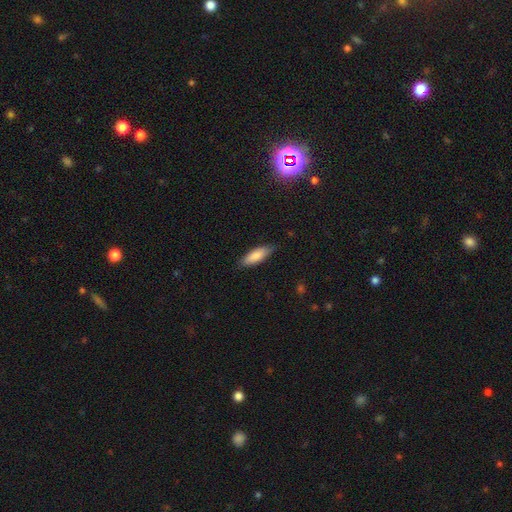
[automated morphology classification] This is clearly a smooth galaxy (84%). How rounded: possibly in between (60%). Merging: clearly none (83%).